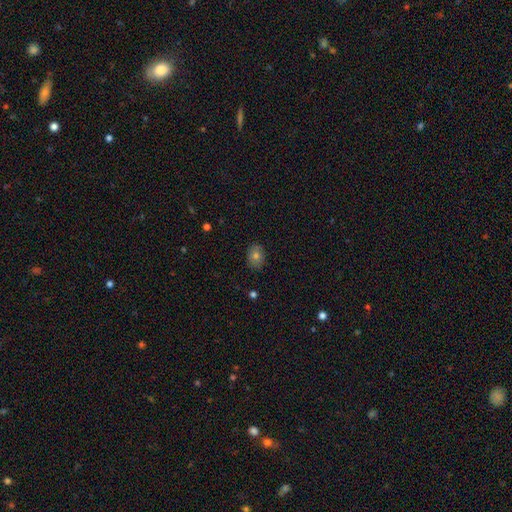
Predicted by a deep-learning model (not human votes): smooth_or_featured: smooth (p=0.74) [alt: featured or disk p=0.14]
how_rounded: in between (p=0.58) [alt: round p=0.41]
merging: none (p=0.87) [alt: minor disturbance p=0.10]